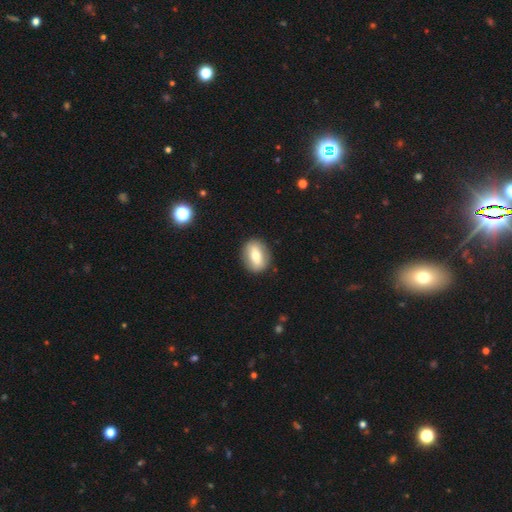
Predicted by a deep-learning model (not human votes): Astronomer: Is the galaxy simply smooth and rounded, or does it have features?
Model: smooth — 59%.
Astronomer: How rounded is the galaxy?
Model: in between — 53% (runner-up: round, 44%).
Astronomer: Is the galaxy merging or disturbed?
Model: none — 88%.